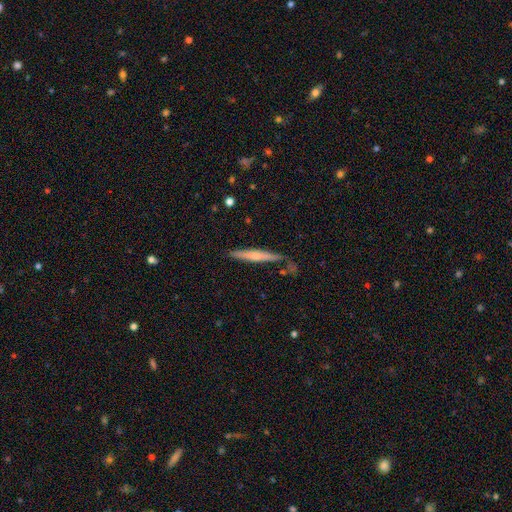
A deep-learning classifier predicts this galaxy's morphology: Q: Smooth or featured?
A: featured or disk (47%); tied with: smooth (47%)
Q: Merging?
A: none (77%); runner-up: minor disturbance (15%)